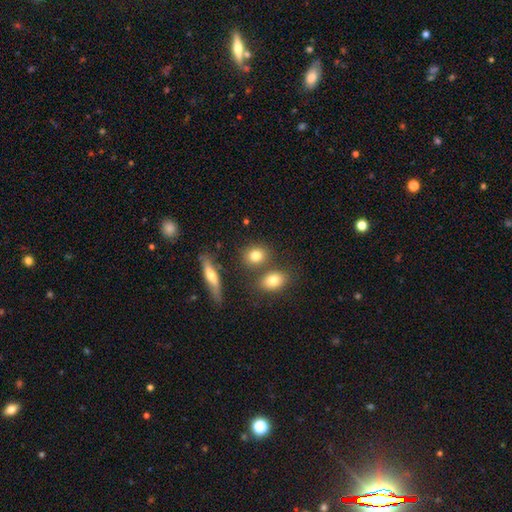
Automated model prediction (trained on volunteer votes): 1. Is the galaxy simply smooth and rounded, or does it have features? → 79% smooth, 11% featured or disk, 10% star or artifact.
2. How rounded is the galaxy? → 62% round, 35% in between, 3% cigar-shaped.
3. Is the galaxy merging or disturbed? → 71% none, 15% merger, 10% minor disturbance, 4% major disturbance.